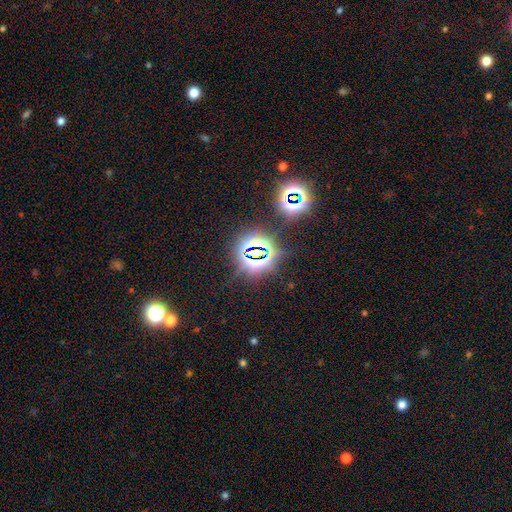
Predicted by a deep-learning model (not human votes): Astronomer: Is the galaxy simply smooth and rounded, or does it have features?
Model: star or artifact — 79%.